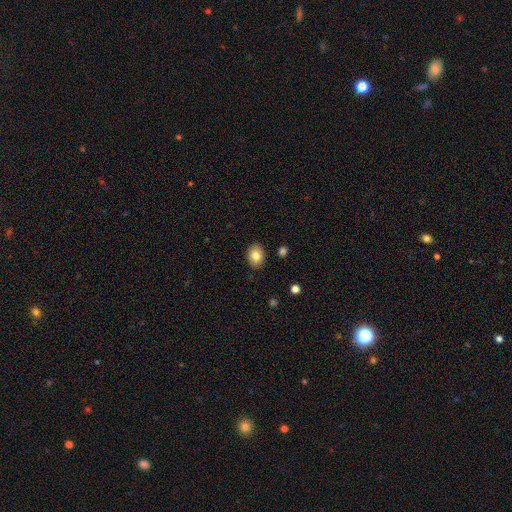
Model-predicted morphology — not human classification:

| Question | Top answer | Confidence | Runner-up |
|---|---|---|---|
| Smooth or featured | smooth | 82% | featured or disk (10%) |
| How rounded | in between | 66% | round (33%) |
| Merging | none | 87% | minor disturbance (10%) |